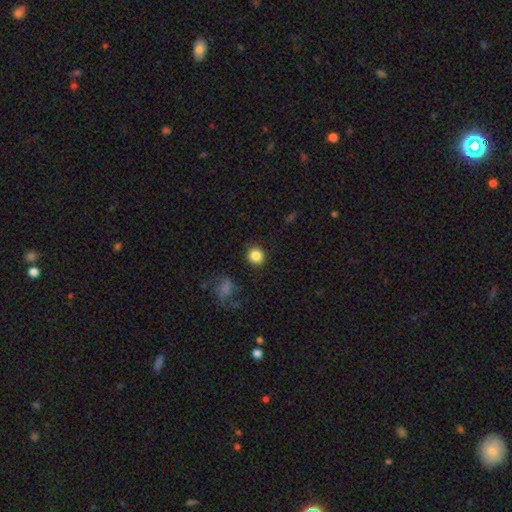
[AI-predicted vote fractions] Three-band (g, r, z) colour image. It shows a smooth galaxy with no disk features (86%) that is round (91%). Merging: none (90%).